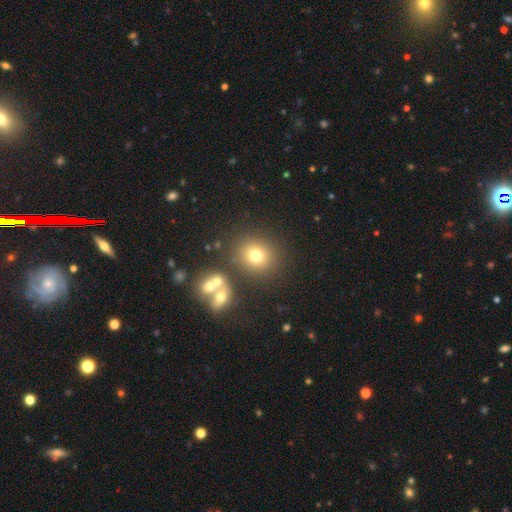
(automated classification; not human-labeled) Overall: smooth (72%). How rounded: round (82%). Merging: none (77%).